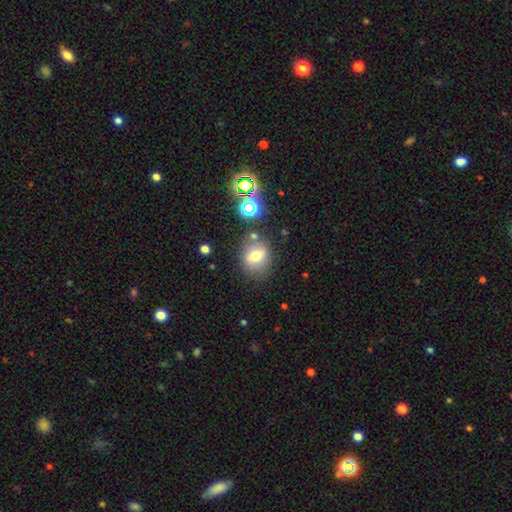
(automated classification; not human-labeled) The model was most divided on "how rounded": round: 63%, in between: 36%, cigar-shaped: 1%. More confident: merging — none (74%); smooth or featured — smooth (62%).